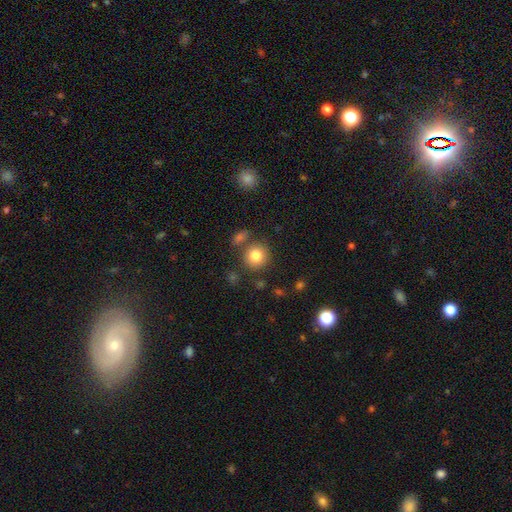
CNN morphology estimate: Smooth or featured?
  - smooth: 83% *
  - star or artifact: 9%
  - featured or disk: 8%
How rounded?
  - round: 91% *
  - in between: 8%
  - cigar-shaped: 1%
Merging?
  - none: 78% *
  - merger: 10%
  - minor disturbance: 9%
  - major disturbance: 3%